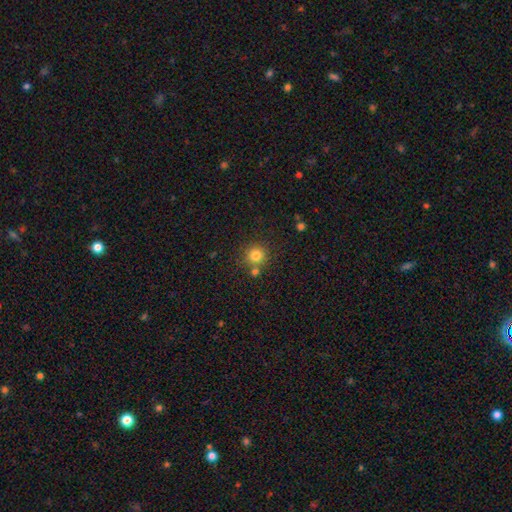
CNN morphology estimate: This is clearly a smooth galaxy (80%). How rounded: clearly round (92%). Merging: likely none (73%).